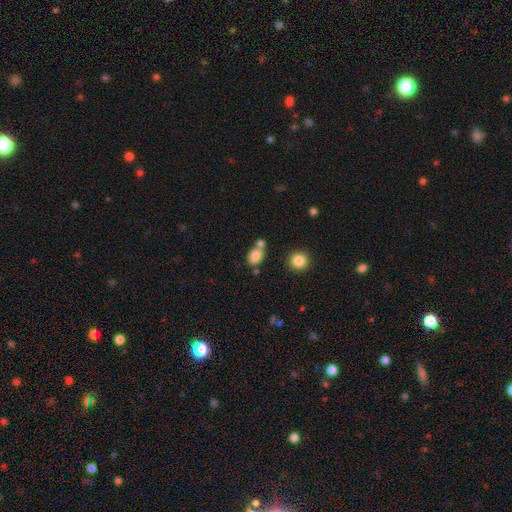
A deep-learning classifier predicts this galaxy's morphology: Smooth or featured: smooth — 83% (star or artifact — 10%)
How rounded: in between — 75% (round — 24%)
Merging: none — 59% (merger — 24%)